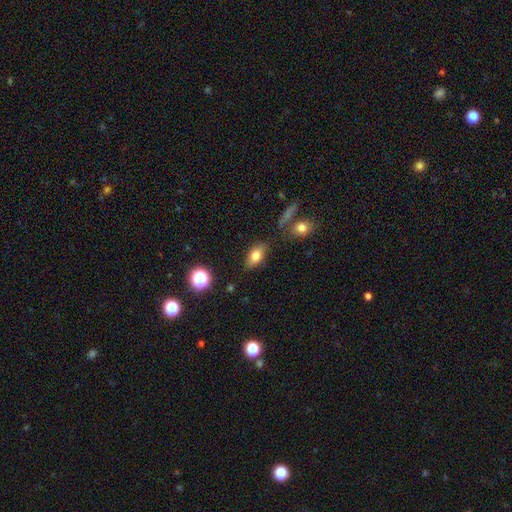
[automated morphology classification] smooth_or_featured: smooth (p=0.77) [alt: featured or disk p=0.13]
how_rounded: in between (p=0.84) [alt: round p=0.10]
merging: none (p=0.80) [alt: minor disturbance p=0.12]